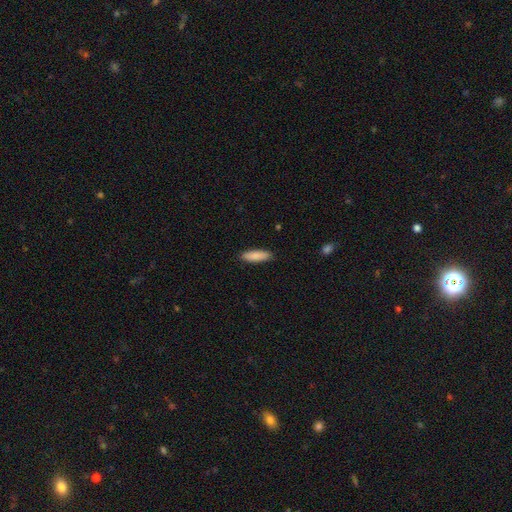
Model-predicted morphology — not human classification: Smooth or featured?
  - smooth: 89% *
  - featured or disk: 6%
  - star or artifact: 6%
How rounded?
  - cigar-shaped: 56% *
  - in between: 43%
  - round: 1%
Merging?
  - none: 89% *
  - minor disturbance: 8%
  - major disturbance: 2%
  - merger: 1%